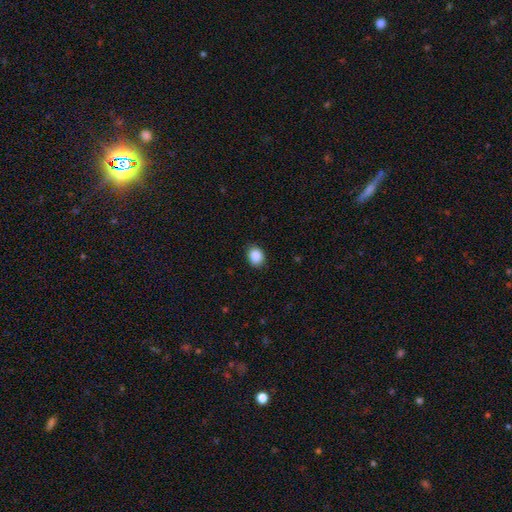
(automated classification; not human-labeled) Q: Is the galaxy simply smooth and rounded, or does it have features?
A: smooth — 88%.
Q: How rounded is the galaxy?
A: round — 52%.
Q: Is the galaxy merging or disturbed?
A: none — 88%.